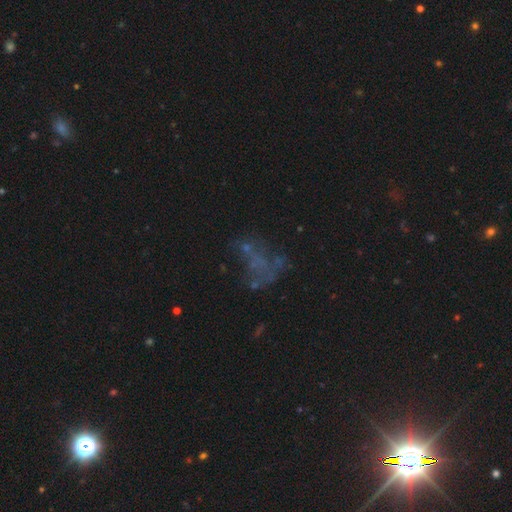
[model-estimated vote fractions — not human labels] featured or disk 40%, star or artifact 37%, smooth 23%. Down the decision tree: merging — none (44%).